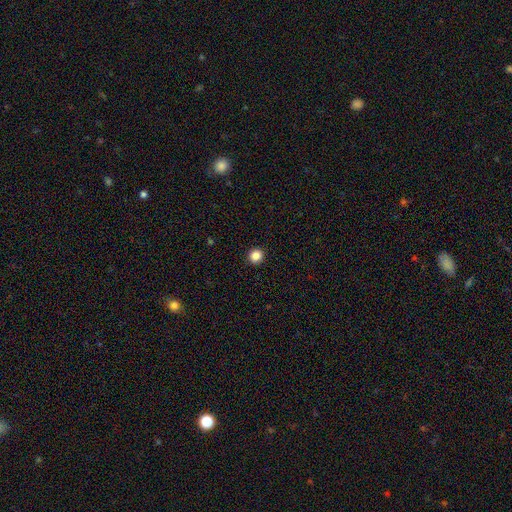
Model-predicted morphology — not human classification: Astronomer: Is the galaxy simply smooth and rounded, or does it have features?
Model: smooth — 86%.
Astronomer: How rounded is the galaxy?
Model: round — 92%.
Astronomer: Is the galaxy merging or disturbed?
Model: none — 93%.